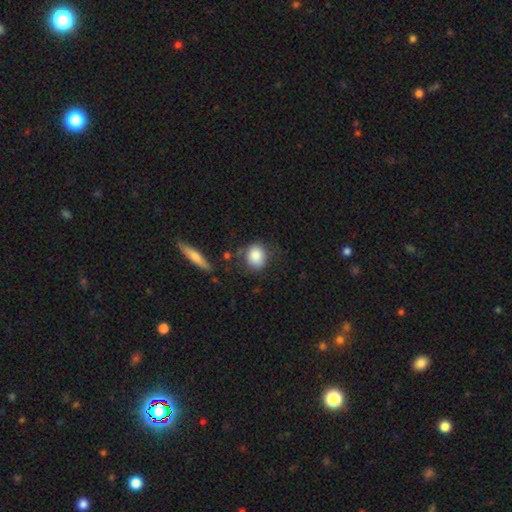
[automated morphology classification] This is clearly a smooth galaxy (86%). How rounded: likely round (66%). Merging: likely none (68%).